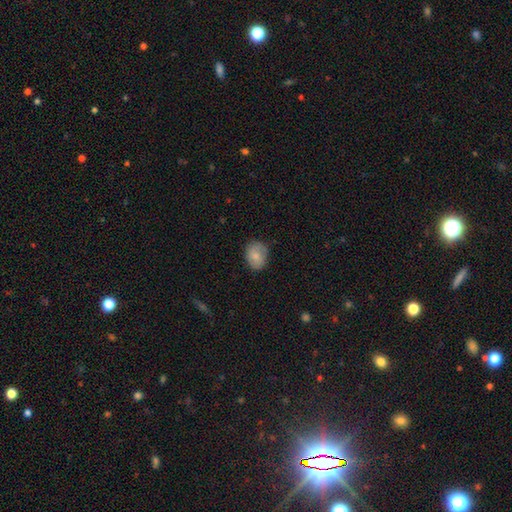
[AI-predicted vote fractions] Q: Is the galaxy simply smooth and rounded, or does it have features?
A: smooth — 77%.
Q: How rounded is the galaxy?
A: in between — 58%.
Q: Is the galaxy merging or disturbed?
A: none — 75%.